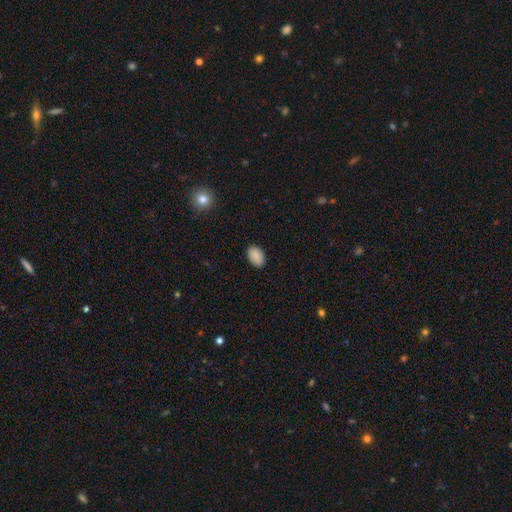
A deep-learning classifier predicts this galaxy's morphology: Overall: smooth (89%). How rounded: in between (89%). Merging: none (88%).